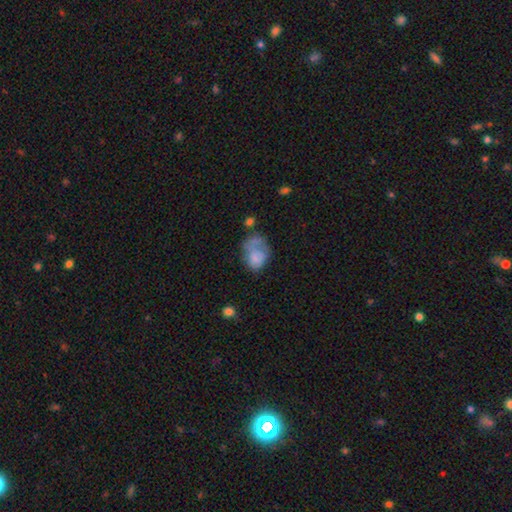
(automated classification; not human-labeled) smooth_or_featured: smooth (p=0.62) [alt: featured or disk p=0.29]
how_rounded: in between (p=0.64) [alt: round p=0.35]
merging: major disturbance (p=0.35) [alt: none p=0.27]